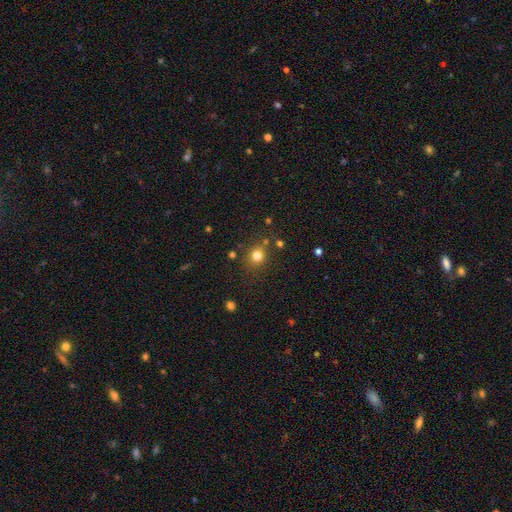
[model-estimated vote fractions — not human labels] Overall: smooth (65%; star or artifact 28%). How rounded: round (87%). Merging: none (82%).